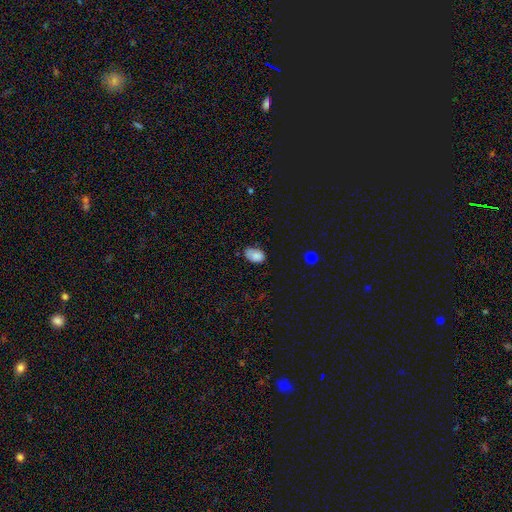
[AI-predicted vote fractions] Q: Smooth or featured?
A: smooth (84%); runner-up: star or artifact (9%)
Q: How rounded?
A: in between (86%); runner-up: round (12%)
Q: Merging?
A: none (58%); runner-up: minor disturbance (33%)